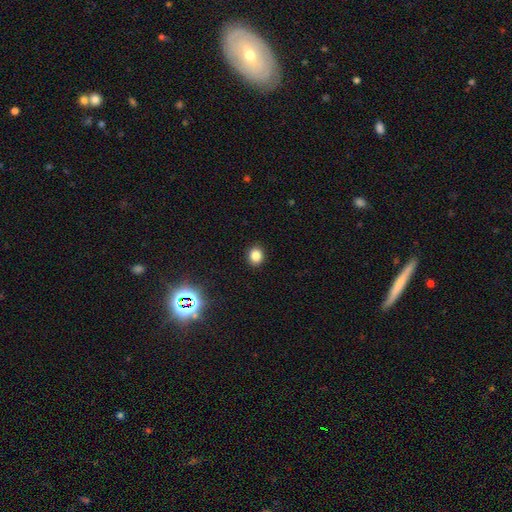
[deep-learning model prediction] Smooth or featured: smooth — 83% (star or artifact — 13%)
How rounded: round — 66% (in between — 33%)
Merging: none — 91% (minor disturbance — 6%)